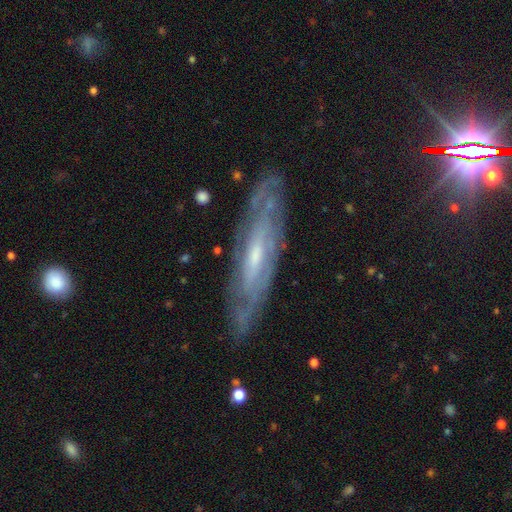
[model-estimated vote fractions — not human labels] Overall: featured or disk (79%). Edge-on disk: no (62%; yes 38%). Merging: none (81%).